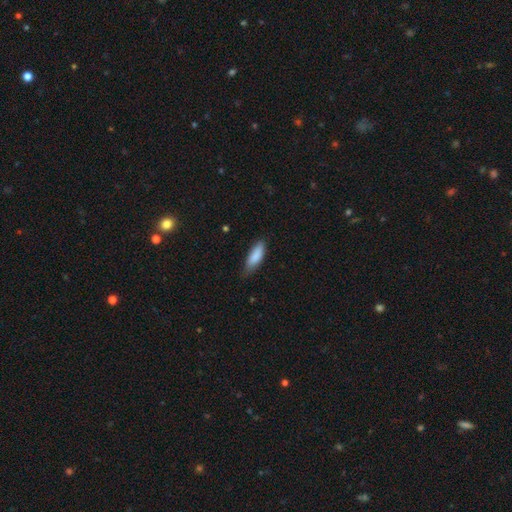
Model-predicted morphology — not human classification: This is clearly a smooth galaxy (86%). How rounded: possibly in between (58%). Merging: likely none (68%).